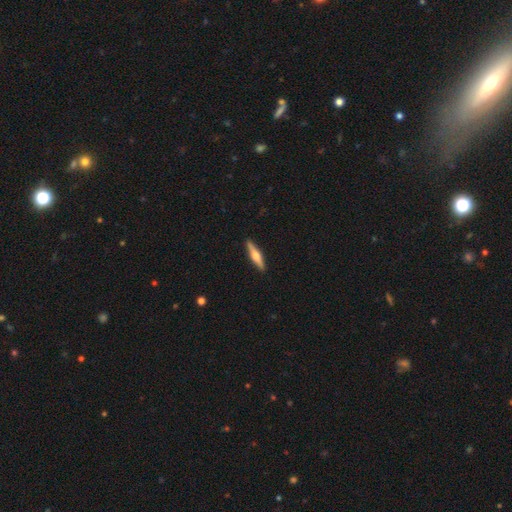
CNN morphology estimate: smooth_or_featured: featured or disk (p=0.59) [alt: smooth p=0.36]
disk_edge_on: yes (p=0.97) [alt: no p=0.03]
edge_on_bulge: rounded (p=0.92) [alt: boxy p=0.05]
merging: none (p=0.92) [alt: minor disturbance p=0.06]